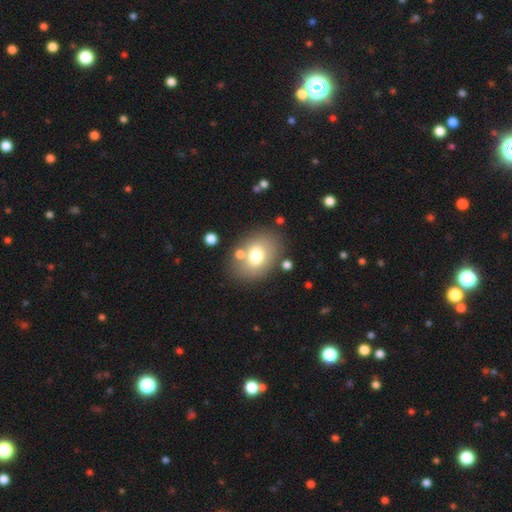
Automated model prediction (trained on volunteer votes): Smooth or featured?
  - smooth: 71% *
  - featured or disk: 19%
  - star or artifact: 10%
How rounded?
  - in between: 67% *
  - round: 32%
  - cigar-shaped: 1%
Merging?
  - none: 74% *
  - minor disturbance: 13%
  - merger: 8%
  - major disturbance: 5%